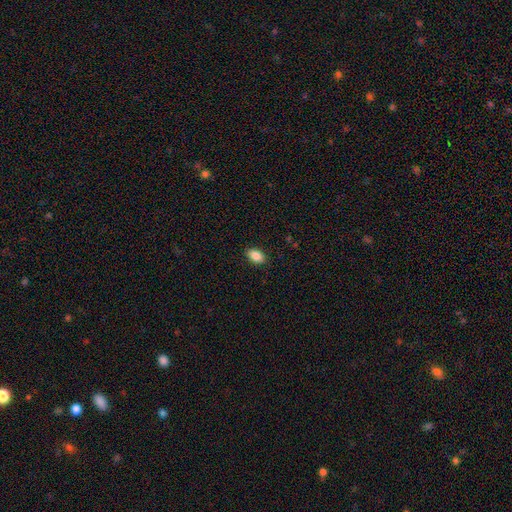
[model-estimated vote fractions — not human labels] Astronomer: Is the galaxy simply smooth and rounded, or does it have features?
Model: smooth — 87%.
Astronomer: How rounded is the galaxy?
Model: in between — 89%.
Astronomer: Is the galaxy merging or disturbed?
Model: none — 89%.